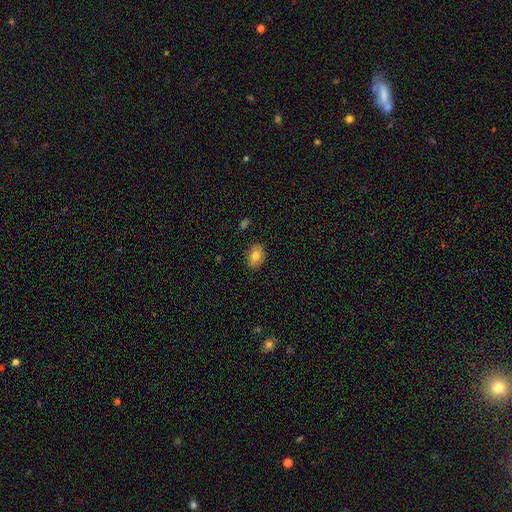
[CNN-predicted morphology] smooth 81%, featured or disk 10%, star or artifact 9%. Down the decision tree: how rounded — in between (69%); merging — none (87%).